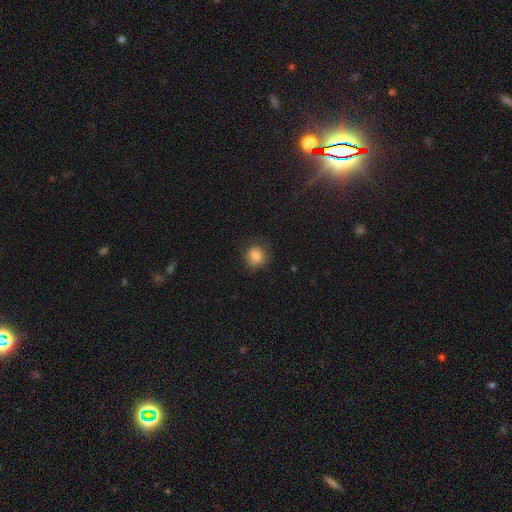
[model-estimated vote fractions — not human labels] smooth_or_featured: smooth (p=0.84) [alt: star or artifact p=0.10]
how_rounded: round (p=0.82) [alt: in between p=0.17]
merging: none (p=0.76) [alt: minor disturbance p=0.17]